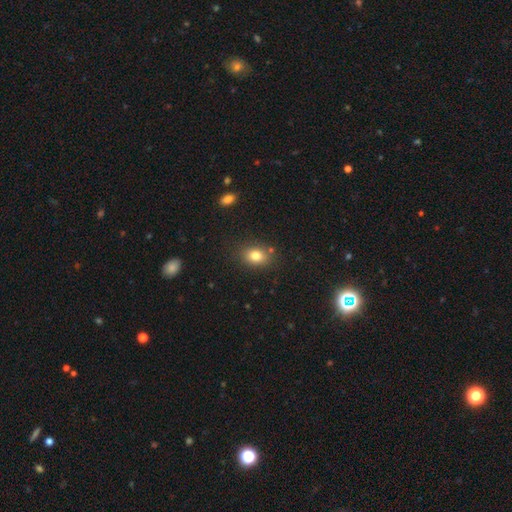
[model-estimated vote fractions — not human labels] The model was most divided on "how rounded": in between: 61%, round: 37%, cigar-shaped: 1%. More confident: merging — none (81%); smooth or featured — smooth (80%).